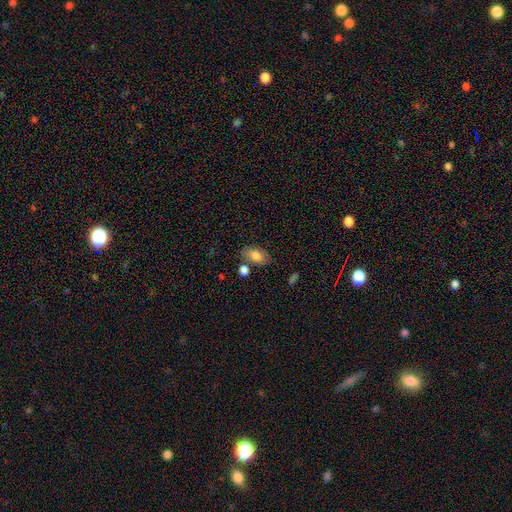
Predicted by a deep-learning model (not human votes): This is likely a smooth galaxy (79%). How rounded: clearly in between (90%). Merging: likely none (71%).